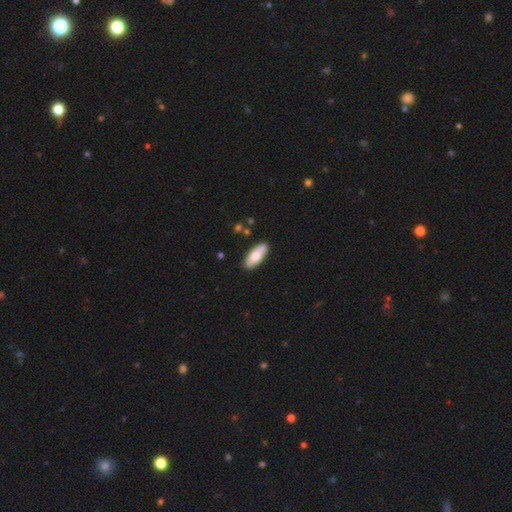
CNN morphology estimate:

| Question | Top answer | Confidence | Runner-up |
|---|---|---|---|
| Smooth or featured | smooth | 72% | featured or disk (22%) |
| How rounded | in between | 79% | cigar-shaped (19%) |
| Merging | none | 85% | minor disturbance (11%) |